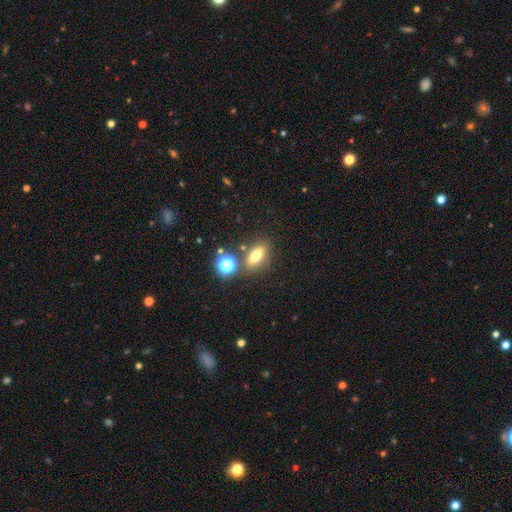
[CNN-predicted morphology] smooth-or-featured: smooth: 70% | featured or disk: 17% | star or artifact: 14%
  how-rounded: in between: 65% | cigar-shaped: 19% | round: 16%
  merging: none: 73% | merger: 12% | minor disturbance: 11% | major disturbance: 4%